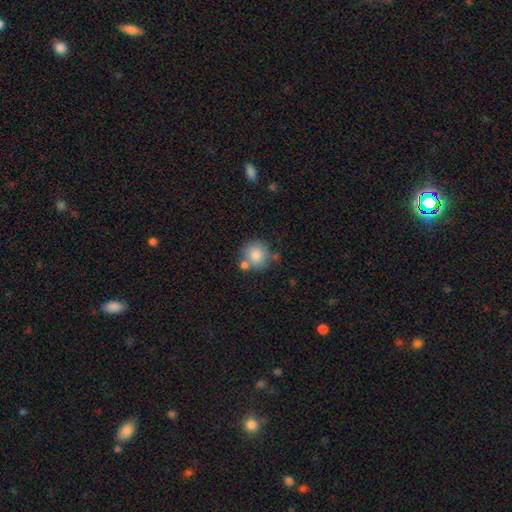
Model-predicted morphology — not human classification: Smooth or featured: smooth — 81% (featured or disk — 10%)
How rounded: round — 89% (in between — 10%)
Merging: none — 66% (merger — 17%)